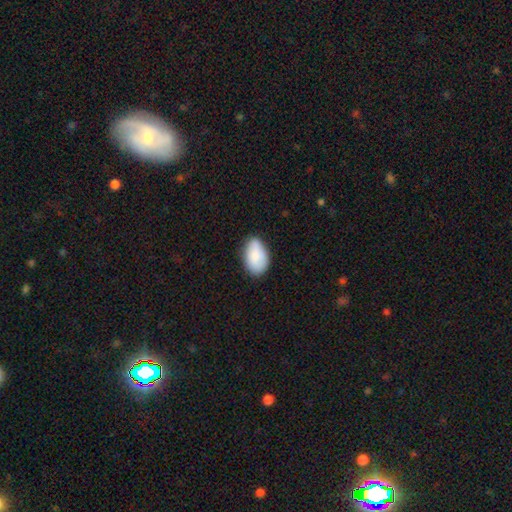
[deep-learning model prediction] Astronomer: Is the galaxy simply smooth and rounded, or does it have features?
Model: smooth — 84%.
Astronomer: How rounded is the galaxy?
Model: in between — 91%.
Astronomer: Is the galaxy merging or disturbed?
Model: none — 66%.